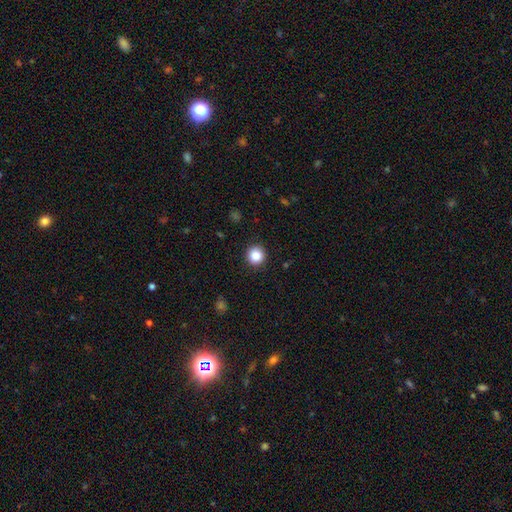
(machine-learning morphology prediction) Smooth or featured?
  - smooth: 85% *
  - star or artifact: 10%
  - featured or disk: 5%
How rounded?
  - round: 94% *
  - in between: 5%
  - cigar-shaped: 1%
Merging?
  - none: 92% *
  - minor disturbance: 5%
  - major disturbance: 2%
  - merger: 1%